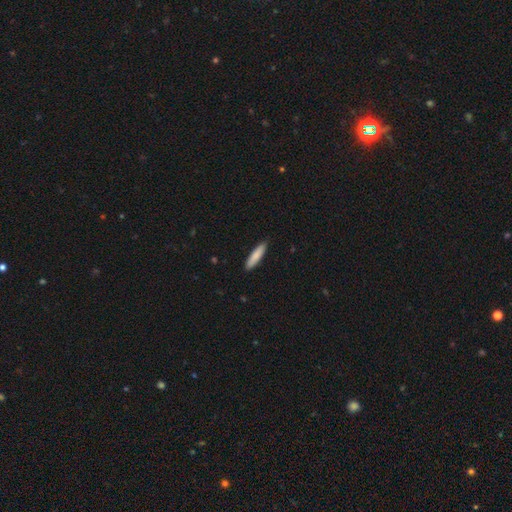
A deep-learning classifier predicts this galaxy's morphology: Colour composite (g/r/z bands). It shows a smooth galaxy with no disk features (84%) that is cigar-shaped (80%). Merging: none (90%).